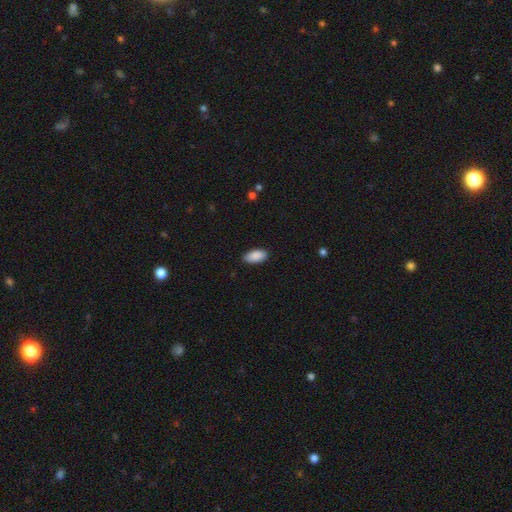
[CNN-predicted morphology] The model was most divided on "merging": none: 89%, minor disturbance: 8%, major disturbance: 2%, merger: 1%. More confident: how rounded — in between (94%); smooth or featured — smooth (90%).